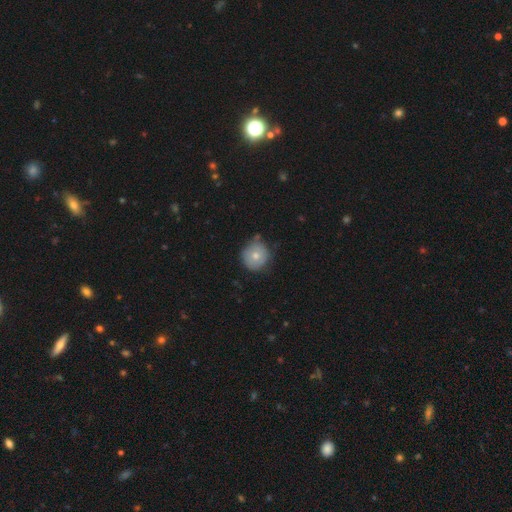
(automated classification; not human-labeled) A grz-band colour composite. It shows a smooth galaxy with no disk features (71%) that is round (92%). Merging: none (69%).